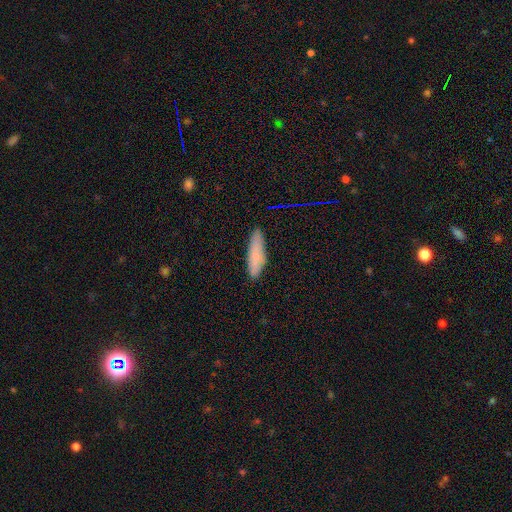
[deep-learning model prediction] smooth_or_featured: smooth (p=0.81) [alt: featured or disk p=0.12]
how_rounded: cigar-shaped (p=0.70) [alt: in between p=0.28]
merging: none (p=0.85) [alt: minor disturbance p=0.12]